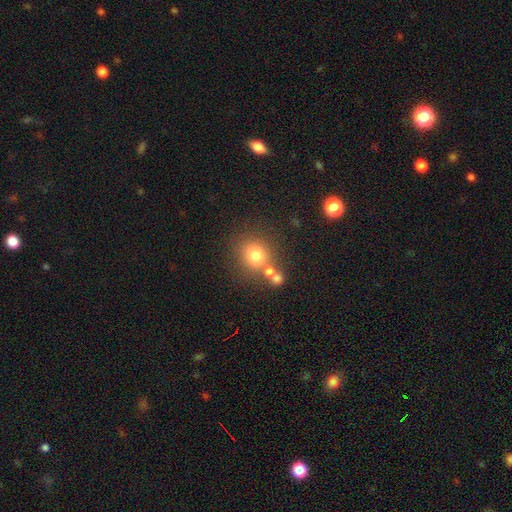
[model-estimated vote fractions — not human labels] Smooth or featured? Predicted: smooth (p=0.75). How rounded? Predicted: round (p=0.82). Merging? Predicted: none (p=0.62).